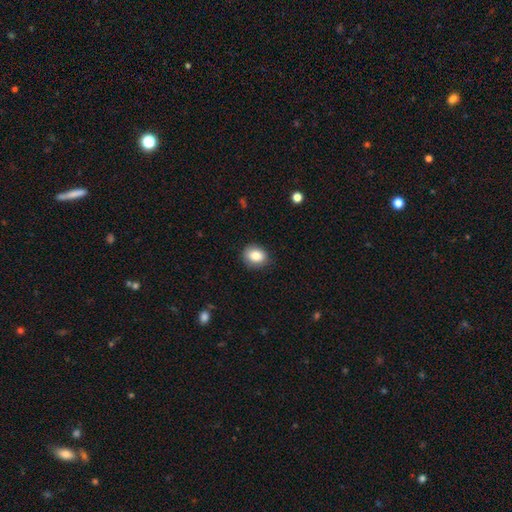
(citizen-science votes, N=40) This appears to be a smooth galaxy with no disk features (80%) that is round (53%). Merging: none (86%).